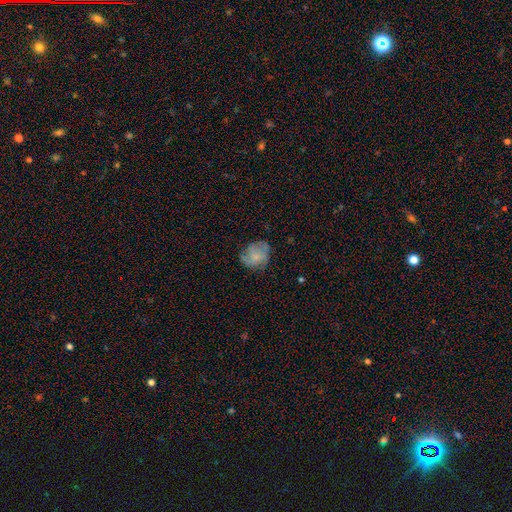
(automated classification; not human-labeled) This appears to be a featured or disk galaxy (47%). Merging: none (67%).